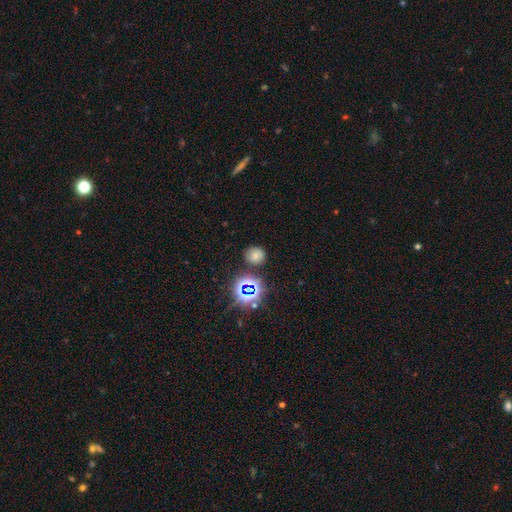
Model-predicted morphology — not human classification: A smooth galaxy with no disk features (66%) that is round (80%).

Vote fractions:
- Smooth or featured? smooth: 66% / star or artifact: 27% / featured or disk: 8%
- How rounded? round: 80% / in between: 19% / cigar-shaped: 1%
- Merging? none: 80% / minor disturbance: 12% / merger: 4% / major disturbance: 4%